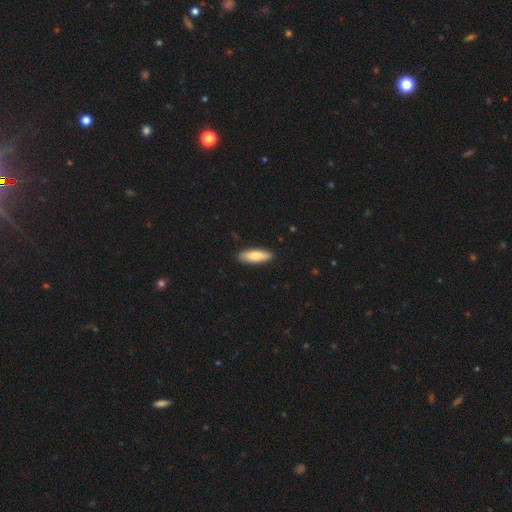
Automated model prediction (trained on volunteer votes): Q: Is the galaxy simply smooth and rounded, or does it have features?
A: smooth — 78%.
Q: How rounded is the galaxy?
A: in between — 55%.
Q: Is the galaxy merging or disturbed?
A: none — 89%.